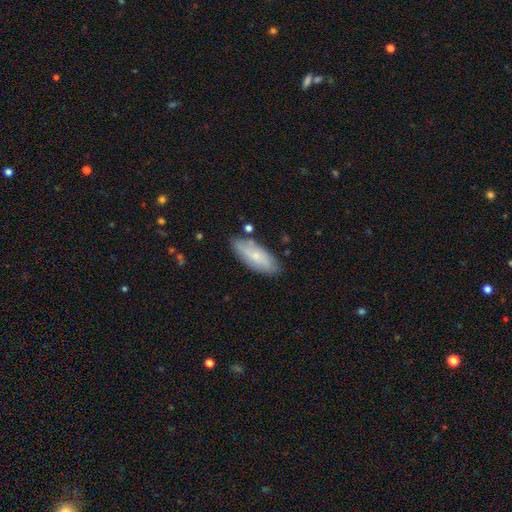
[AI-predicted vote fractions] smooth_or_featured: smooth (p=0.64) [alt: featured or disk p=0.30]
how_rounded: in between (p=0.74) [alt: cigar-shaped p=0.23]
merging: none (p=0.77) [alt: minor disturbance p=0.16]